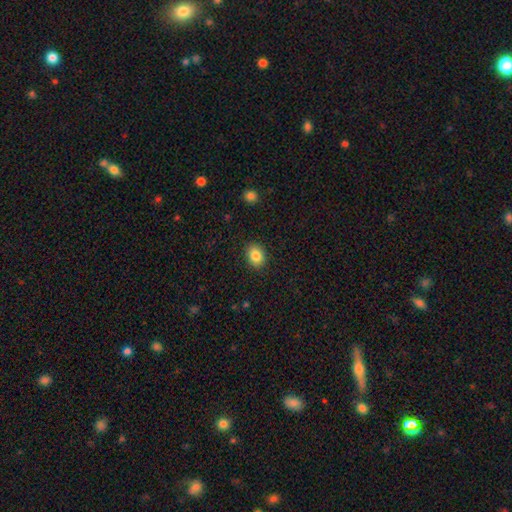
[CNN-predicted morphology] type=smooth (84%); roundness=in between (59%); merging=none (89%).